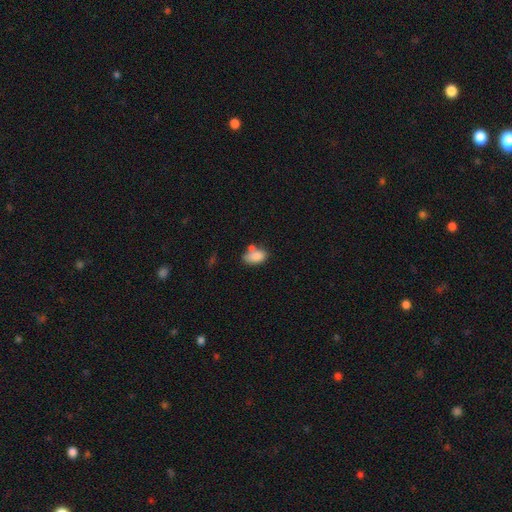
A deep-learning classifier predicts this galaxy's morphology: Smooth or featured? Predicted: smooth (p=0.84). How rounded? Predicted: in between (p=0.88). Merging? Predicted: none (p=0.49).